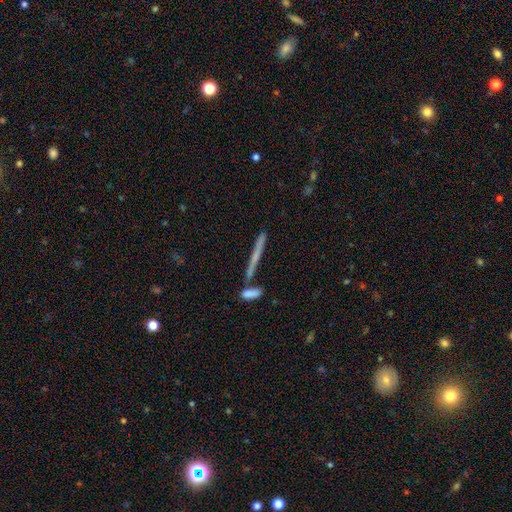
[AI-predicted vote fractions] smooth-or-featured: featured or disk: 47% | smooth: 44% | star or artifact: 9%
  merging: none: 77% | merger: 12% | minor disturbance: 8% | major disturbance: 3%